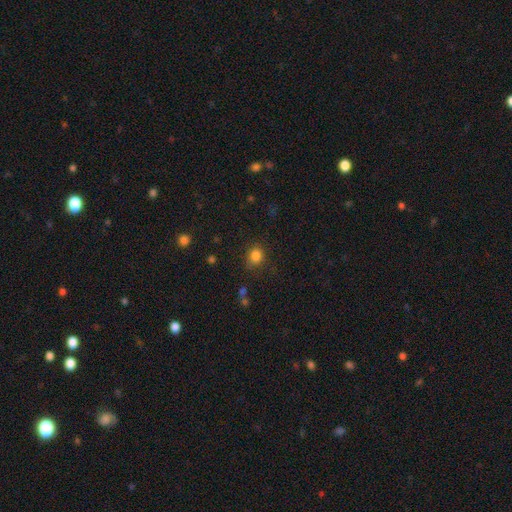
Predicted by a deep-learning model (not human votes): Smooth or featured? smooth (82%)
How rounded? round (73%)
Merging? none (76%)